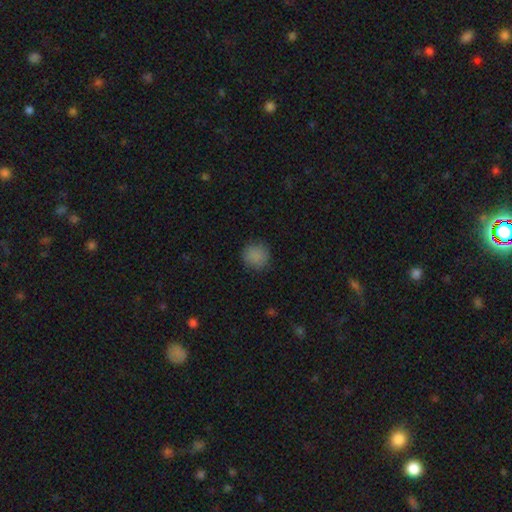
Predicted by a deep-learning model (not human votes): Smooth or featured? smooth (85%)
How rounded? round (92%)
Merging? none (87%)